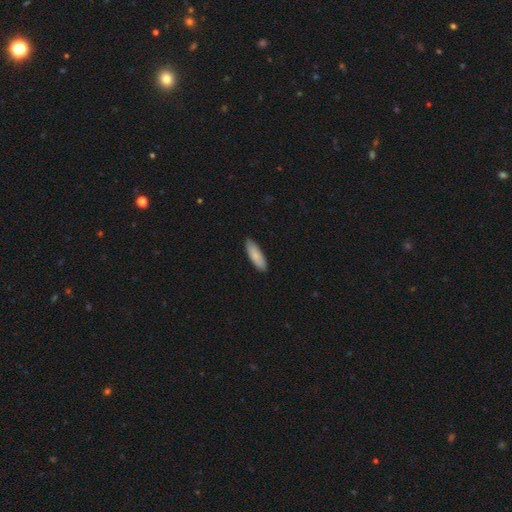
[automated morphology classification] The model was most divided on "how rounded": in between: 58%, cigar-shaped: 40%, round: 2%. More confident: merging — none (88%); smooth or featured — smooth (85%).